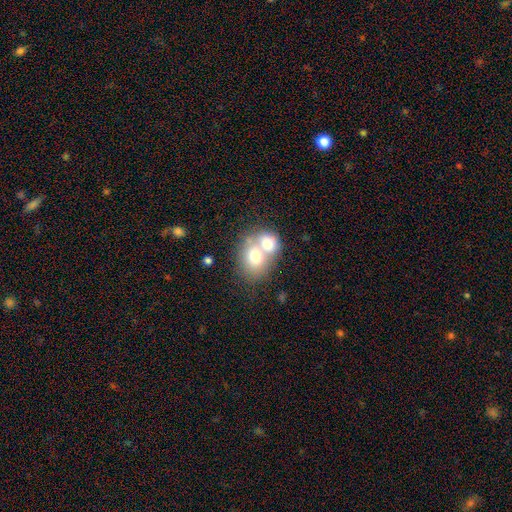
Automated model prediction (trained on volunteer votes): Smooth or featured: smooth — 69% (featured or disk — 22%)
How rounded: round — 50% (in between — 49%)
Merging: merger — 66% (none — 23%)